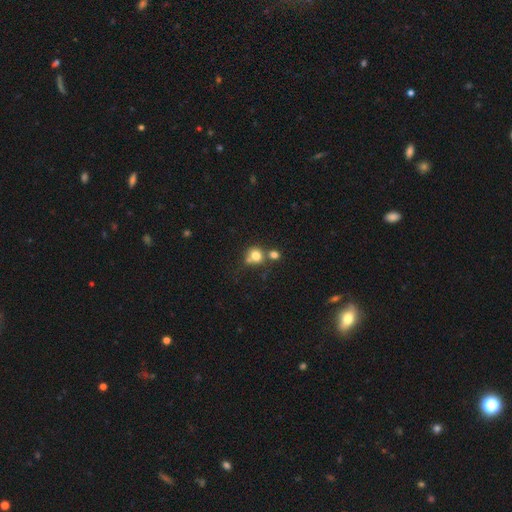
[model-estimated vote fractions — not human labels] Morphology: type=smooth (77%); roundness=round (81%); merging=none (46%).